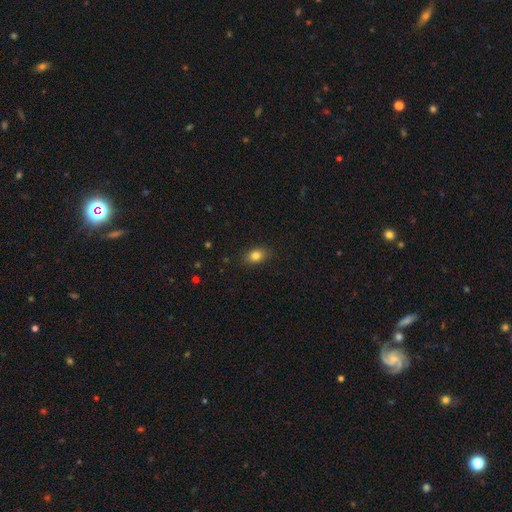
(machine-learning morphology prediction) Smooth or featured: smooth — 82% (star or artifact — 10%)
How rounded: in between — 75% (round — 23%)
Merging: none — 85% (minor disturbance — 11%)